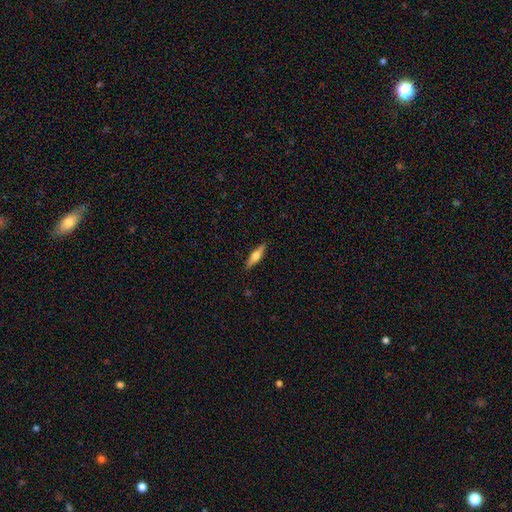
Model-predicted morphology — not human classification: The model was most divided on "smooth or featured": smooth: 50%, featured or disk: 44%, star or artifact: 6%. More confident: merging — none (88%).